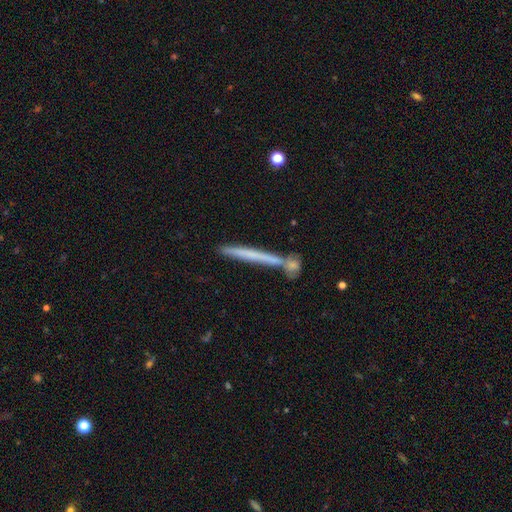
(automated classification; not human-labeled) This is possibly a smooth galaxy (49%). Merging: likely none (73%).